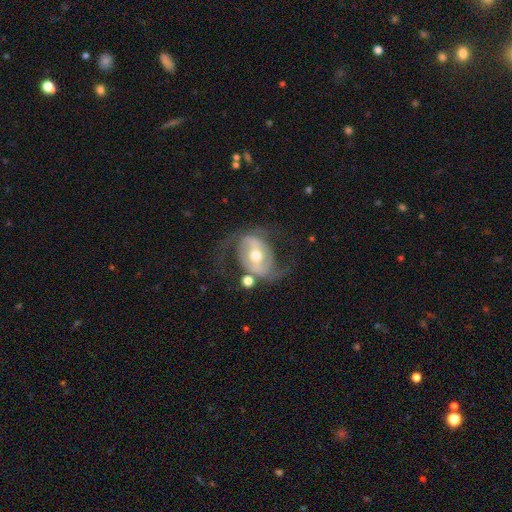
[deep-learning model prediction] Overall: featured or disk (82%). Edge-on disk: no (96%). Bar: strong (40%; weak 37%). Spiral arms: yes (87%). Spiral arm count: 2 (87%). Spiral winding: medium (46%; loose 39%). Bulge size: moderate (71%). Merging: none (60%).